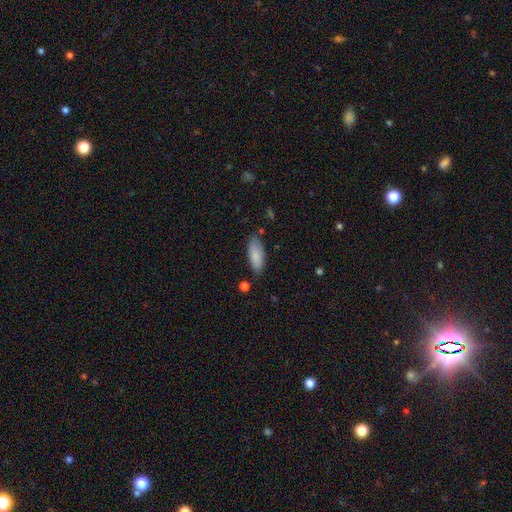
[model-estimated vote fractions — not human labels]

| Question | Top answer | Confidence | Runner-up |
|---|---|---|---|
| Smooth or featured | smooth | 85% | featured or disk (8%) |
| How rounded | in between | 76% | cigar-shaped (23%) |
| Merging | none | 76% | minor disturbance (17%) |